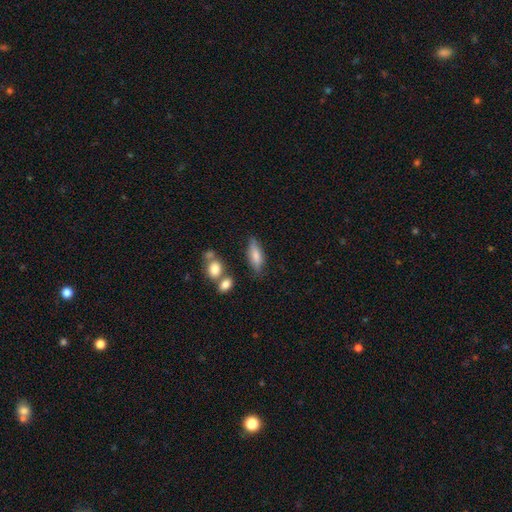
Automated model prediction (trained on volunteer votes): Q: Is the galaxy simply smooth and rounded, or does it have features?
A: smooth — 74%.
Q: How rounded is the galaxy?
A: in between — 61%.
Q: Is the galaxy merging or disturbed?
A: none — 70%.